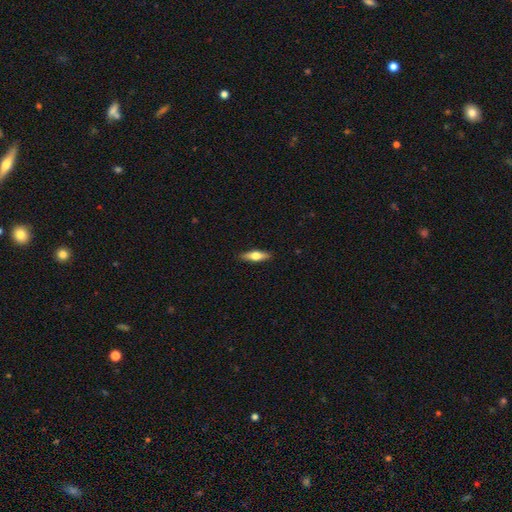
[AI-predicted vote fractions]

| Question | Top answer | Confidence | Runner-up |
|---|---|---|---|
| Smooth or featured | smooth | 57% | featured or disk (38%) |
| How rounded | cigar-shaped | 52% | in between (45%) |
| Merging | none | 90% | minor disturbance (7%) |